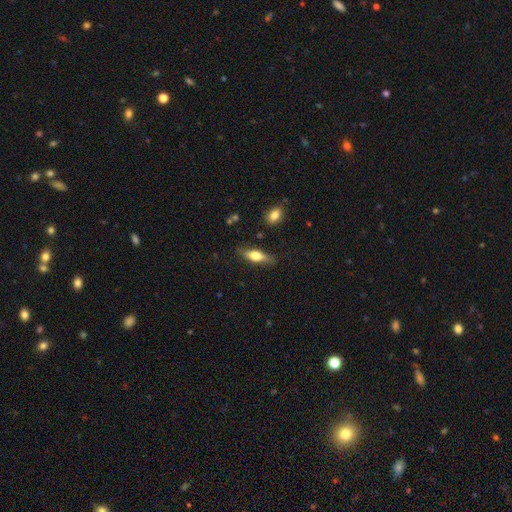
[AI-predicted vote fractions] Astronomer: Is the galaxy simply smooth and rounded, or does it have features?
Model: smooth — 54% (runner-up: featured or disk, 39%).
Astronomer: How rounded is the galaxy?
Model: cigar-shaped — 51% (runner-up: in between, 46%).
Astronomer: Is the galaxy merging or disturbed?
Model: none — 81%.